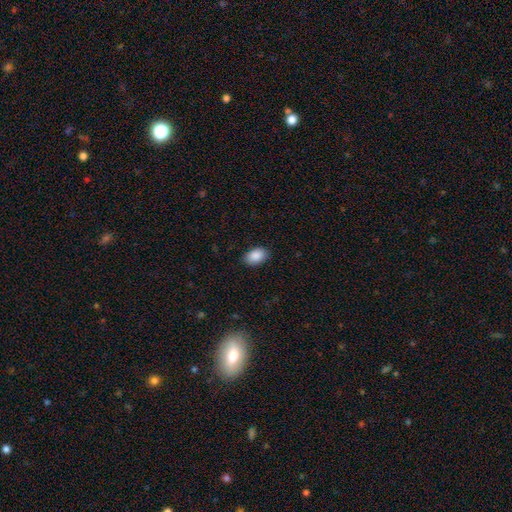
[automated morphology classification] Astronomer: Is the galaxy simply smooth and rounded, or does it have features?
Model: smooth — 90%.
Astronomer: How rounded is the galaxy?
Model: in between — 91%.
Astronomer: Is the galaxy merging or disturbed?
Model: none — 88%.